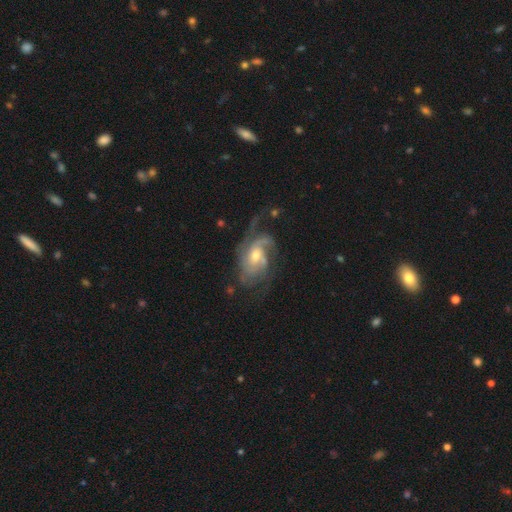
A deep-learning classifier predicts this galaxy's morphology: Smooth or featured: featured or disk — 84% (smooth — 10%)
Edge-on disk: no — 96% (yes — 4%)
Bar: no — 61% (weak — 32%)
Spiral arms: yes — 93% (no — 7%)
Spiral winding: medium — 42% (tight — 31%)
Spiral arm count: 2 — 29% (can't tell — 24%)
Bulge size: moderate — 57% (small — 36%)
Merging: none — 48% (major disturbance — 28%)